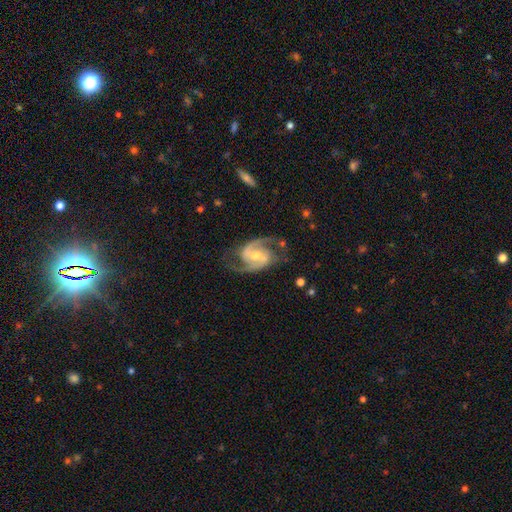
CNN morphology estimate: A featured or disk galaxy (91%) with a weak bar (47%), 2 (93%) medium (62%) spiral arms (98%) and a moderate central bulge (54%). Merging: none (75%).